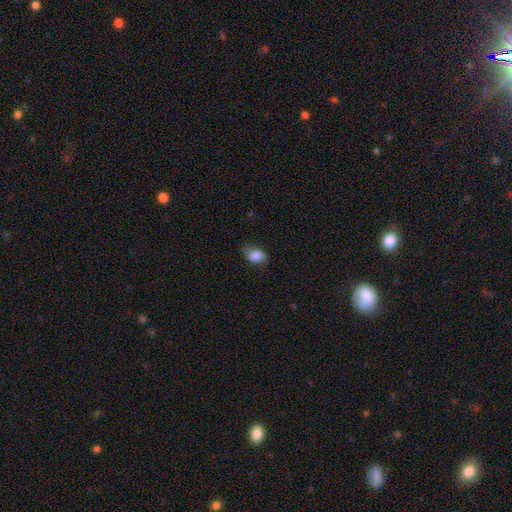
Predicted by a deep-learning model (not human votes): Morphology: type=smooth (80%); roundness=in between (80%); merging=none (63%).